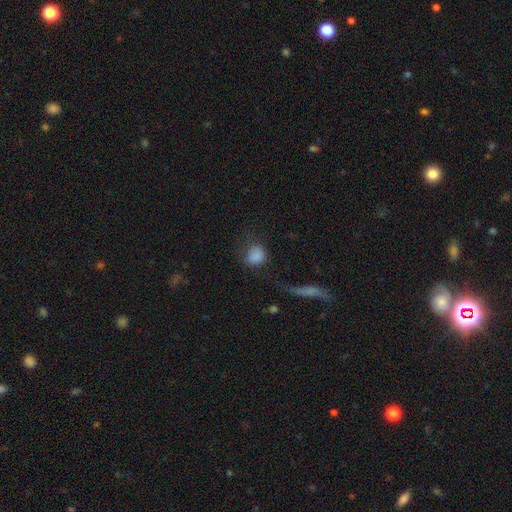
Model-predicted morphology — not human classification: Smooth or featured: smooth — 82% (star or artifact — 11%)
How rounded: round — 75% (in between — 23%)
Merging: none — 57% (minor disturbance — 19%)